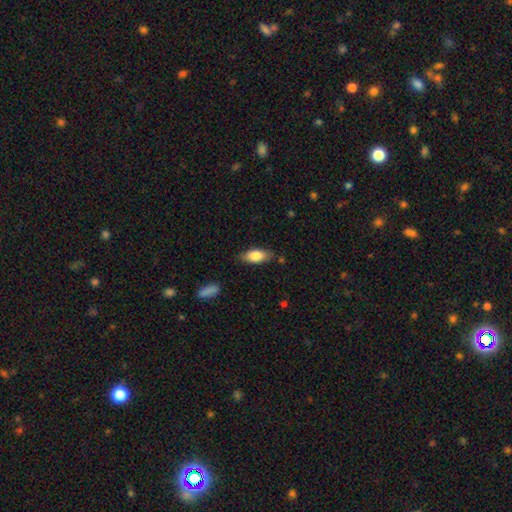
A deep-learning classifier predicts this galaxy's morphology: Smooth or featured: smooth — 80% (featured or disk — 14%)
How rounded: in between — 84% (cigar-shaped — 13%)
Merging: none — 80% (minor disturbance — 15%)